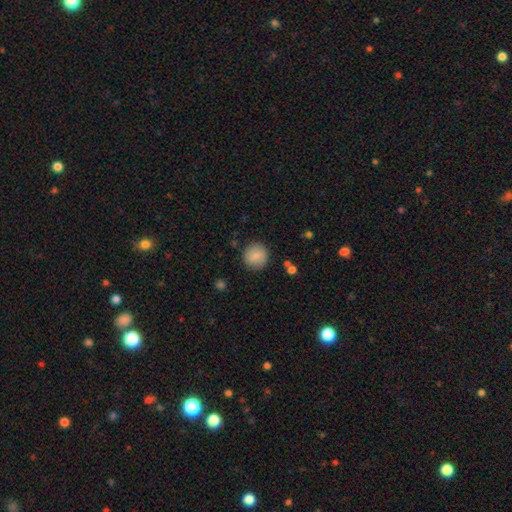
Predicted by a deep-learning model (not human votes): Smooth or featured? Predicted: smooth (p=0.84). How rounded? Predicted: round (p=0.91). Merging? Predicted: none (p=0.88).